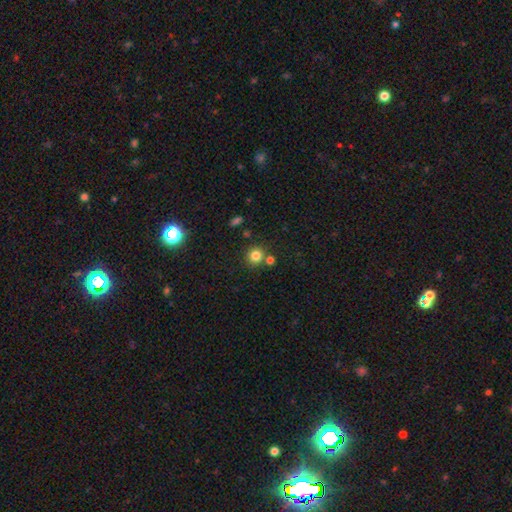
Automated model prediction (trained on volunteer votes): A smooth galaxy with no disk features (81%) that is round (90%).

Vote fractions:
- Smooth or featured? smooth: 81% / star or artifact: 13% / featured or disk: 6%
- How rounded? round: 90% / in between: 9% / cigar-shaped: 1%
- Merging? none: 75% / merger: 14% / minor disturbance: 8% / major disturbance: 3%